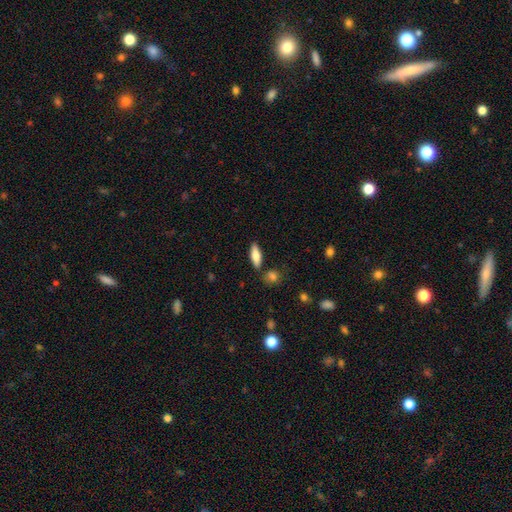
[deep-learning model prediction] This is likely a smooth galaxy (76%). How rounded: possibly in between (59%). Merging: clearly none (82%).